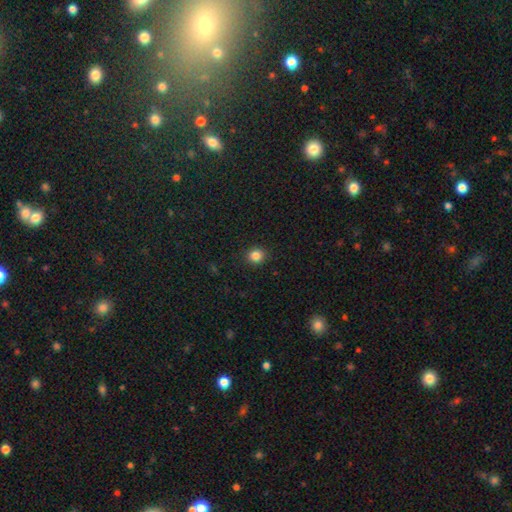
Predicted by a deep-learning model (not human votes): Overall: smooth (84%). How rounded: round (88%). Merging: none (91%).